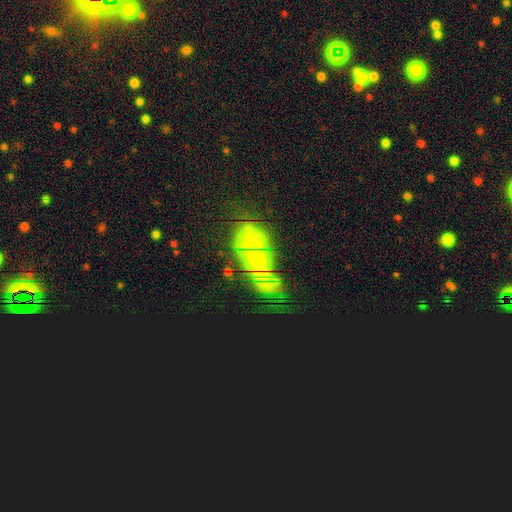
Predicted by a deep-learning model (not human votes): Morphology: type=star or artifact (40%).